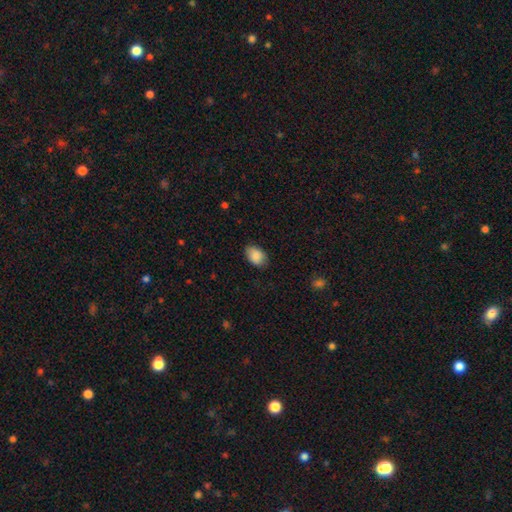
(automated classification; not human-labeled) This is clearly a smooth galaxy (88%). How rounded: clearly in between (84%). Merging: clearly none (82%).